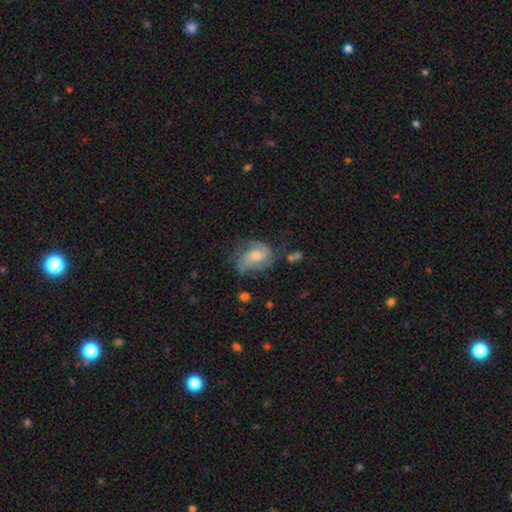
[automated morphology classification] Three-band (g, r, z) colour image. It shows a featured or disk galaxy (76%) with no bar (48%), 2 (52%) medium (47%) spiral arms (93%) and a moderate central bulge (60%). Merging: none (58%).